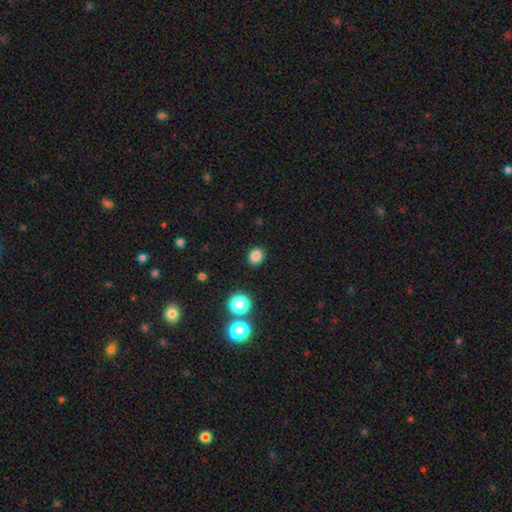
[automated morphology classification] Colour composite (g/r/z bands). It shows a smooth galaxy with no disk features (83%) that is round (71%). Merging: none (89%).